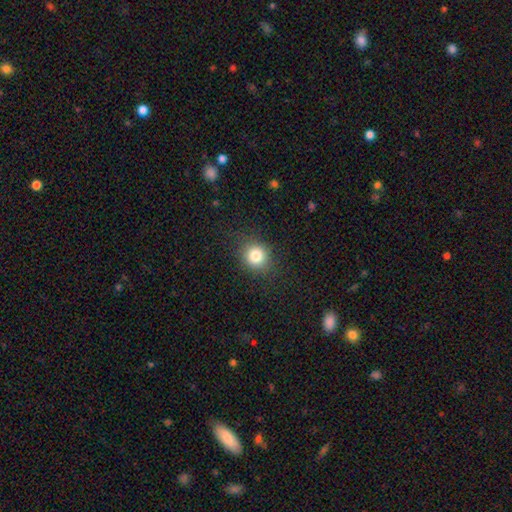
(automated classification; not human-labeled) Smooth or featured? Predicted: smooth (p=0.82). How rounded? Predicted: round (p=0.84). Merging? Predicted: none (p=0.87).